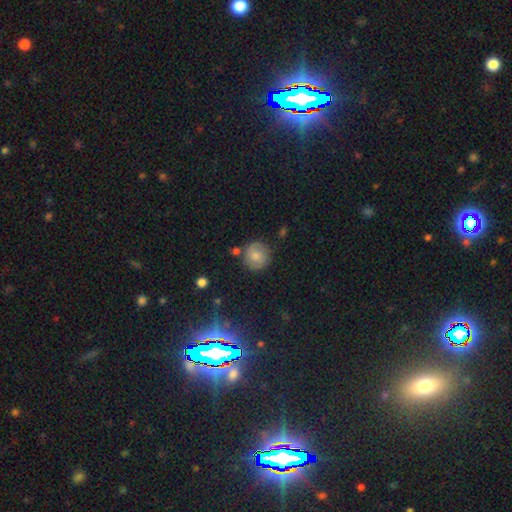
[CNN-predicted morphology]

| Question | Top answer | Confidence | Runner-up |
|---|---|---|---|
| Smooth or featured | smooth | 67% | featured or disk (23%) |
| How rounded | round | 91% | in between (8%) |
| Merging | none | 79% | minor disturbance (13%) |